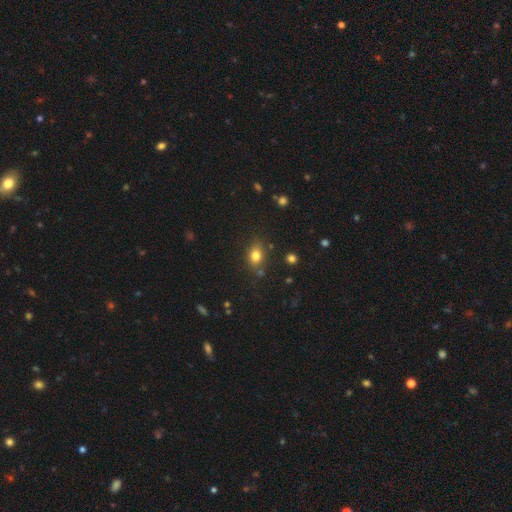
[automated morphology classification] This is likely a smooth galaxy (79%). How rounded: likely in between (60%). Merging: likely none (76%).